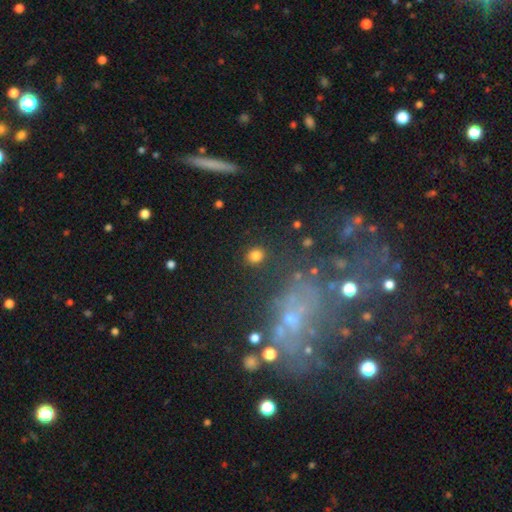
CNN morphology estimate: Smooth or featured: smooth — 82% (star or artifact — 12%)
How rounded: round — 76% (in between — 23%)
Merging: none — 86% (minor disturbance — 8%)